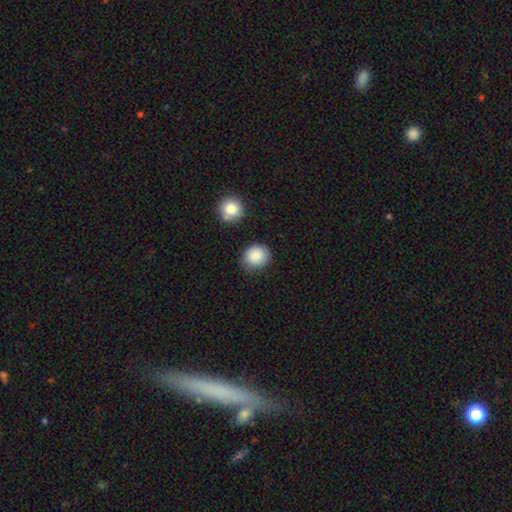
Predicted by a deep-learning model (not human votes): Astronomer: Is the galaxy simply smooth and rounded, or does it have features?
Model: smooth — 88%.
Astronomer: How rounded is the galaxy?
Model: round — 82%.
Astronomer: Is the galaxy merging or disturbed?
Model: none — 80%.